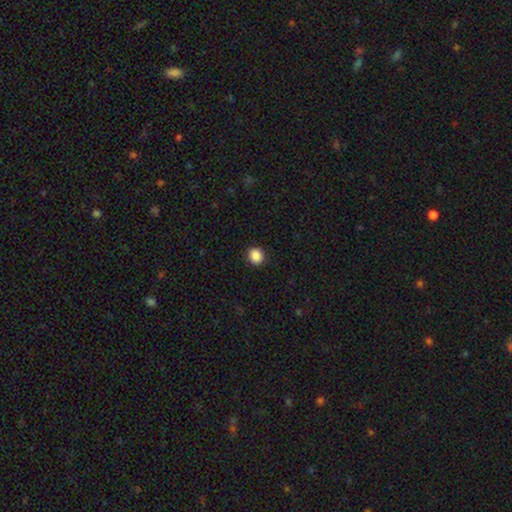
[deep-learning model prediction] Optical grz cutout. It shows a smooth galaxy with no disk features (88%) that is round (88%). Merging: none (92%).